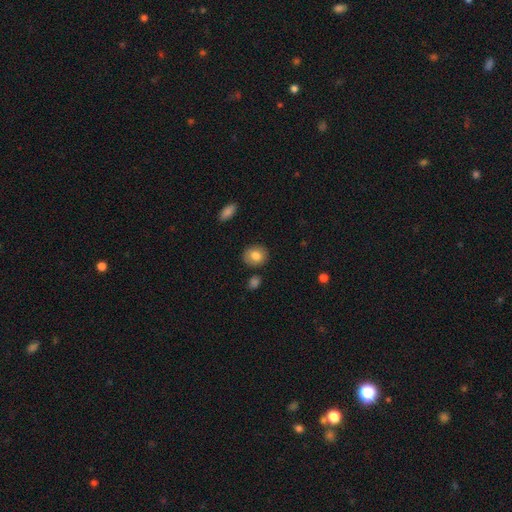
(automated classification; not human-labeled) Smooth or featured? Predicted: smooth (p=0.81). How rounded? Predicted: round (p=0.64). Merging? Predicted: none (p=0.85).